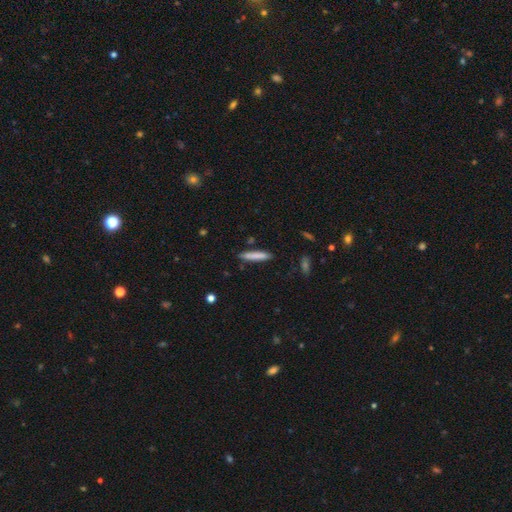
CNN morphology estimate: type=smooth (79%); roundness=cigar-shaped (92%); merging=none (86%).